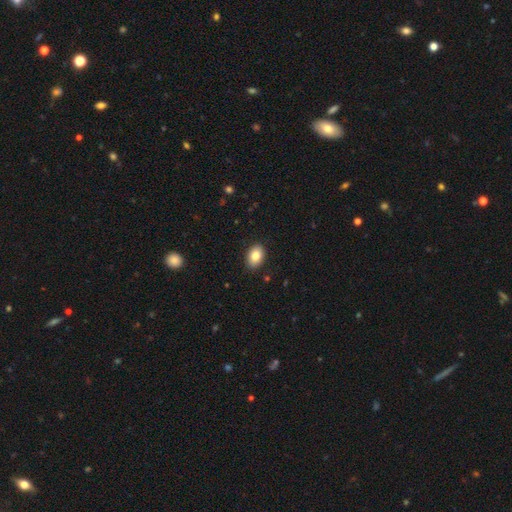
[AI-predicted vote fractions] A smooth galaxy with no disk features (83%) that is in between round and cigar-shaped (84%).

Vote fractions:
- Smooth or featured? smooth: 83% / featured or disk: 9% / star or artifact: 8%
- How rounded? in between: 84% / round: 15% / cigar-shaped: 1%
- Merging? none: 89% / minor disturbance: 8% / major disturbance: 2% / merger: 1%